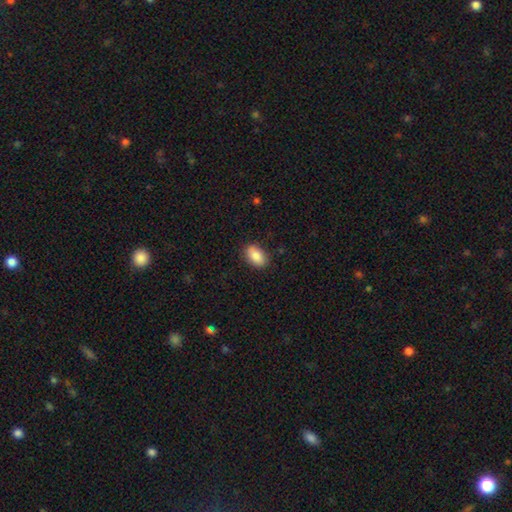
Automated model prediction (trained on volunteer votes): smooth_or_featured: smooth (p=0.85) [alt: featured or disk p=0.08]
how_rounded: in between (p=0.91) [alt: round p=0.07]
merging: none (p=0.86) [alt: minor disturbance p=0.10]